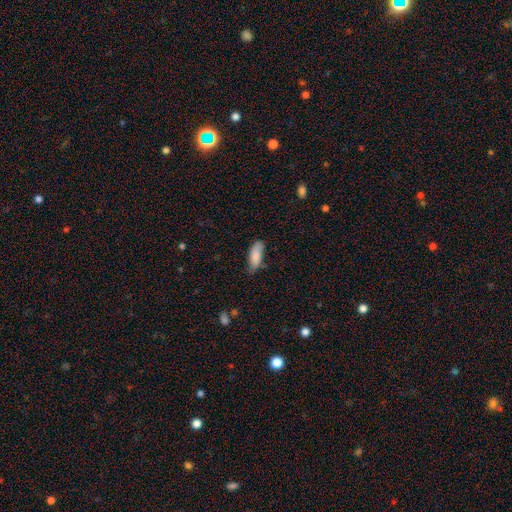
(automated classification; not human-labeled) This appears to be a smooth galaxy with no disk features (83%) that is in between round and cigar-shaped (74%). Merging: none (60%).